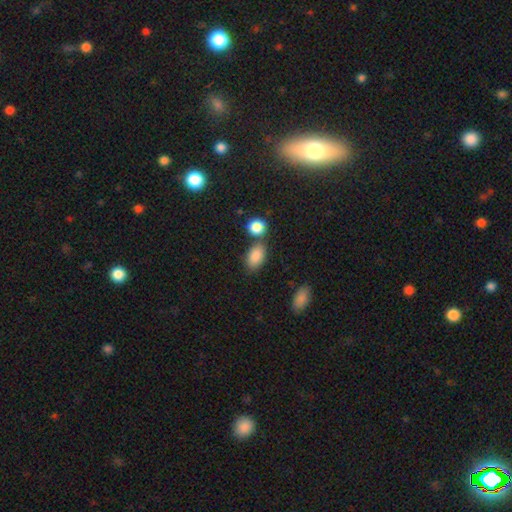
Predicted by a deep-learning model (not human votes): Overall: smooth (87%). How rounded: in between (90%). Merging: none (62%).